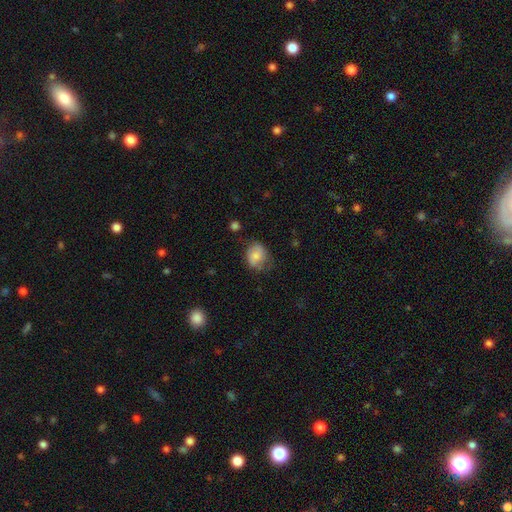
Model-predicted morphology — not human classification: smooth_or_featured: smooth (p=0.77) [alt: featured or disk p=0.15]
how_rounded: round (p=0.53) [alt: in between p=0.46]
merging: none (p=0.57) [alt: minor disturbance p=0.29]